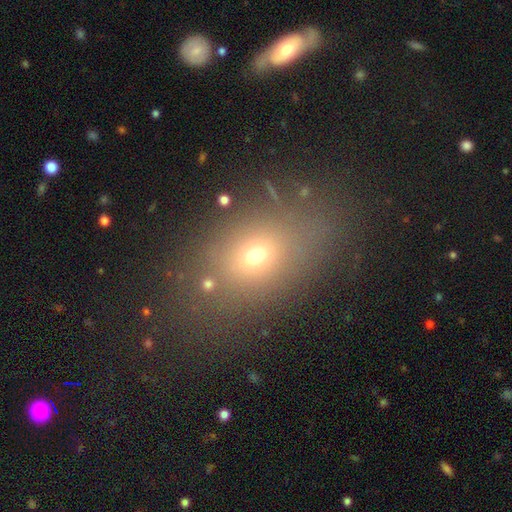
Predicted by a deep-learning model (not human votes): smooth_or_featured: smooth (p=0.64) [alt: star or artifact p=0.23]
how_rounded: in between (p=0.69) [alt: round p=0.28]
merging: none (p=0.78) [alt: minor disturbance p=0.12]